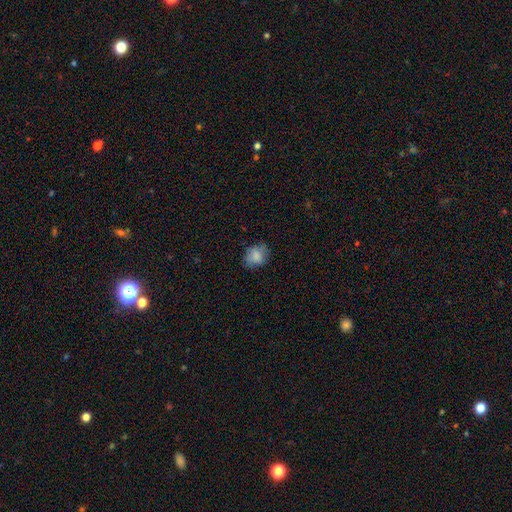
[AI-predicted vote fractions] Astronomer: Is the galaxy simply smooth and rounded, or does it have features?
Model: smooth — 80%.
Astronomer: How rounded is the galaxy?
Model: round — 55% (runner-up: in between, 44%).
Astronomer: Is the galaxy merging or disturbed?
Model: none — 72%.